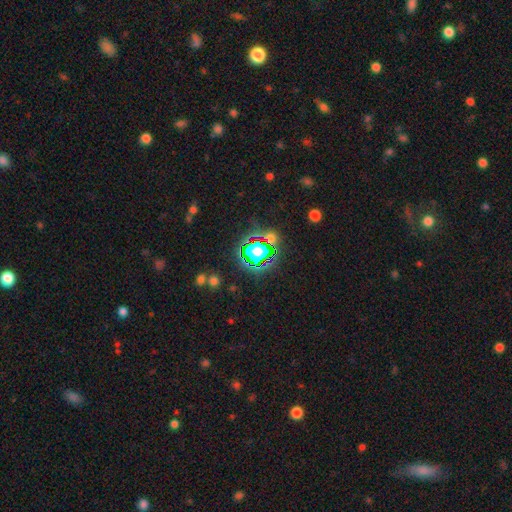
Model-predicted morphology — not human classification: star or artifact 76%, smooth 16%, featured or disk 8%.